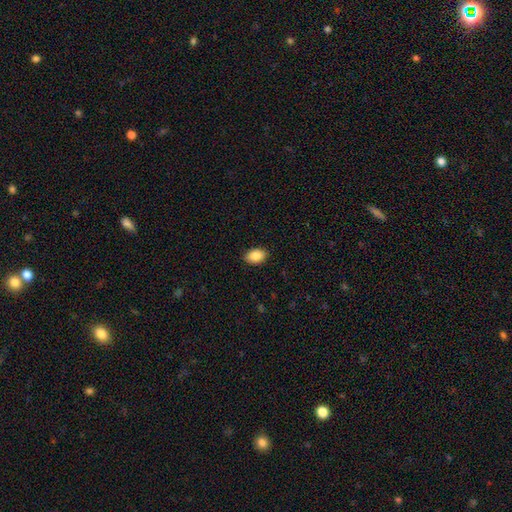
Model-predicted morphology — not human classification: This appears to be a smooth galaxy with no disk features (89%) that is in between round and cigar-shaped (86%). Merging: none (89%).